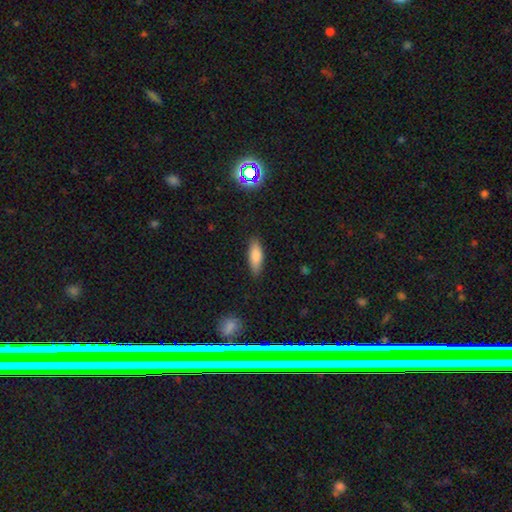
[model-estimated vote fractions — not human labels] Smooth or featured? smooth (84%)
How rounded? in between (64%)
Merging? none (84%)